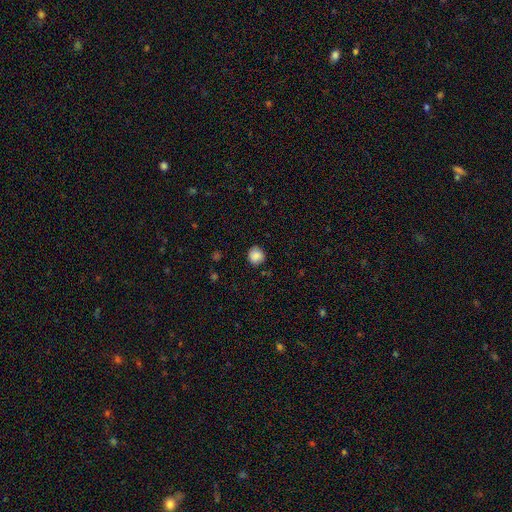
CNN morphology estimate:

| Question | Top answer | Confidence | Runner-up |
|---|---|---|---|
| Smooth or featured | smooth | 85% | star or artifact (9%) |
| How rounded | round | 88% | in between (11%) |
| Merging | none | 85% | minor disturbance (11%) |